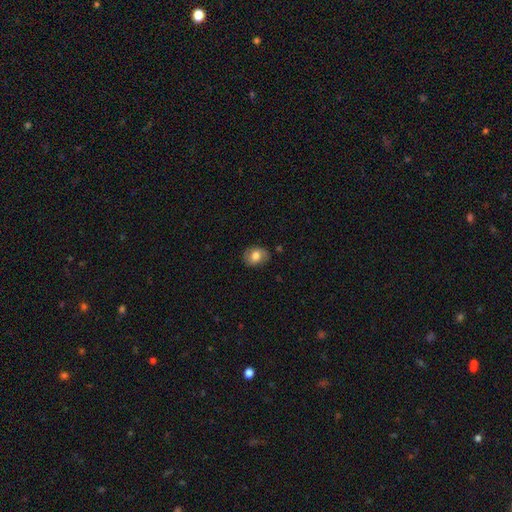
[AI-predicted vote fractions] A smooth galaxy with no disk features (75%) that is in between round and cigar-shaped (57%).

Vote fractions:
- Smooth or featured? smooth: 75% / featured or disk: 17% / star or artifact: 8%
- How rounded? in between: 57% / round: 41% / cigar-shaped: 1%
- Merging? none: 81% / minor disturbance: 15% / major disturbance: 3% / merger: 1%